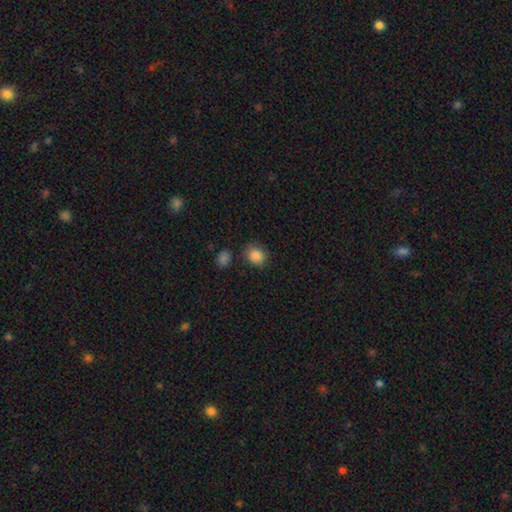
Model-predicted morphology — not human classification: Overall: smooth (87%). How rounded: round (62%; in between 37%). Merging: none (79%).